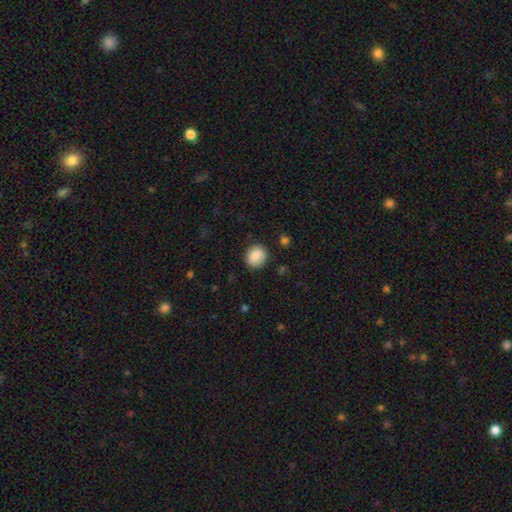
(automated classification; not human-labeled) Q: Smooth or featured?
A: smooth (85%); runner-up: star or artifact (8%)
Q: How rounded?
A: round (78%); runner-up: in between (21%)
Q: Merging?
A: none (85%); runner-up: minor disturbance (10%)